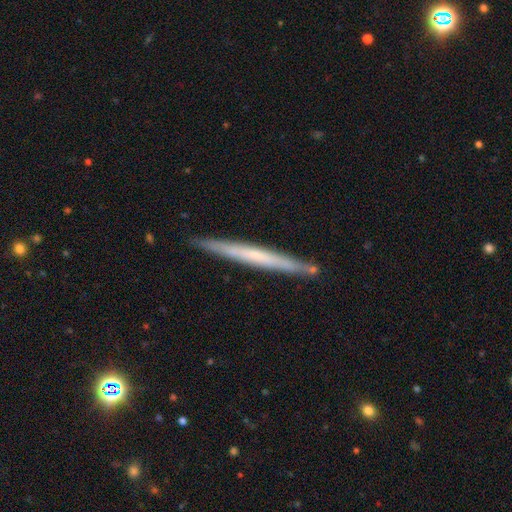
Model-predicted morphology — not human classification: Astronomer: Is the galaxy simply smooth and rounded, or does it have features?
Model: featured or disk — 54% (runner-up: smooth, 40%).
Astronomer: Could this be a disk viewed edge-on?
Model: yes — 96%.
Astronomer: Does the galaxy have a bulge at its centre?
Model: none — 78%.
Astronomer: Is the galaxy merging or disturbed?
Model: none — 89%.